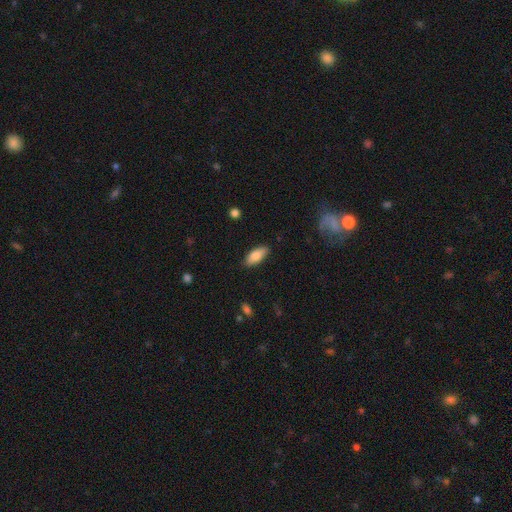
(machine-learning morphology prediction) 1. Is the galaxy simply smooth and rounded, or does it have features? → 83% smooth, 11% featured or disk, 6% star or artifact.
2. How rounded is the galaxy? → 83% in between, 15% cigar-shaped, 2% round.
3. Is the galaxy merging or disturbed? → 86% none, 10% minor disturbance, 2% major disturbance, 1% merger.